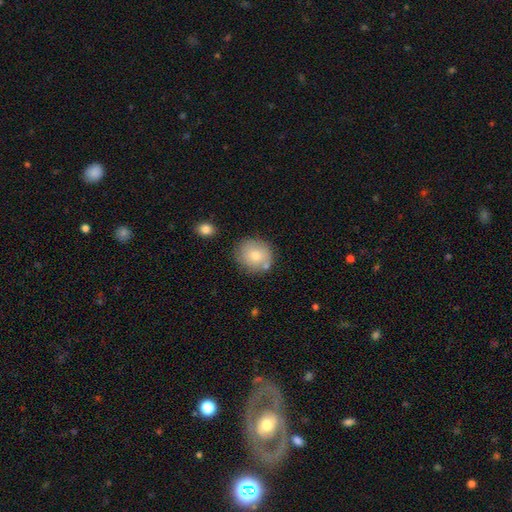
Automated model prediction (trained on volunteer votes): smooth_or_featured: smooth (p=0.78) [alt: featured or disk p=0.14]
how_rounded: round (p=0.83) [alt: in between p=0.16]
merging: none (p=0.75) [alt: minor disturbance p=0.14]